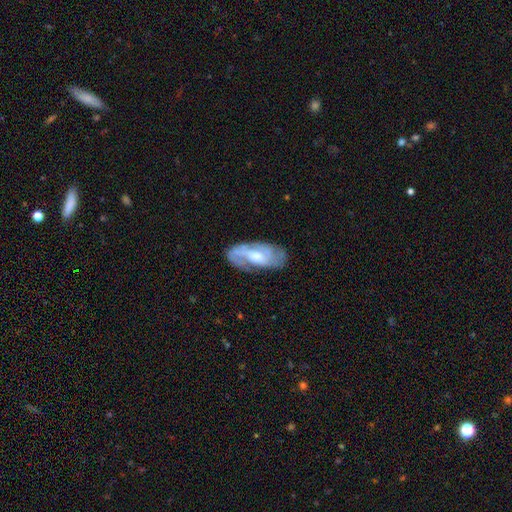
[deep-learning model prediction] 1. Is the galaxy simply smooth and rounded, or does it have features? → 71% featured or disk, 23% smooth, 6% star or artifact.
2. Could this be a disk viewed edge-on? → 92% no, 8% yes.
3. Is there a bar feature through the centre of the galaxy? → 52% no, 38% weak, 10% strong.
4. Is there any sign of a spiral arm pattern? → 86% yes, 14% no.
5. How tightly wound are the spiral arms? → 42% medium, 37% tight, 20% loose.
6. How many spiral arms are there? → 44% 2, 30% can't tell, 12% 3, 7% 1, 4% 4, 3% more than 4.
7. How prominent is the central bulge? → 55% moderate, 21% small, 16% large, 5% none, 2% dominant.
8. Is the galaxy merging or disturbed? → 69% none, 21% minor disturbance, 9% major disturbance, 2% merger.